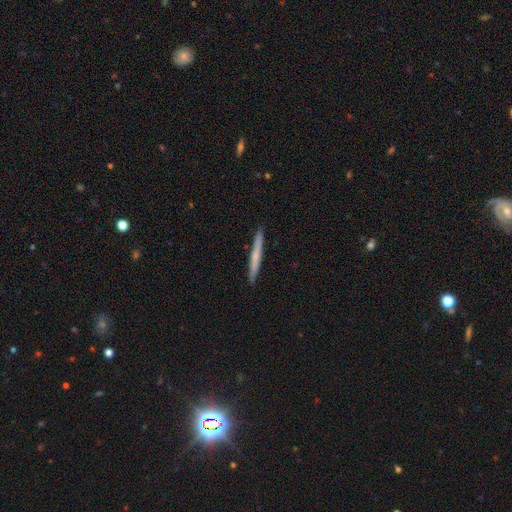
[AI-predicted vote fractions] This is possibly a smooth galaxy (53%). How rounded: clearly cigar-shaped (97%). Merging: clearly none (92%).